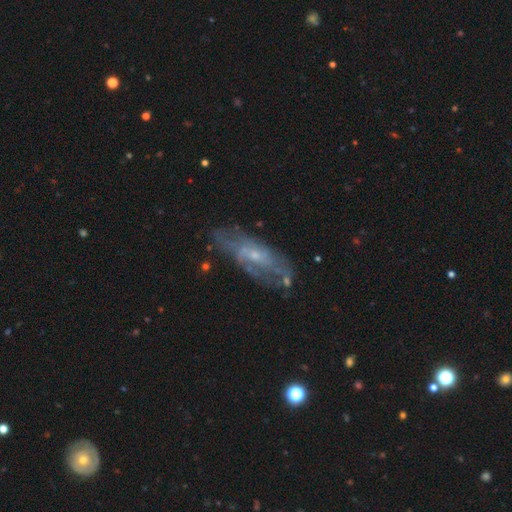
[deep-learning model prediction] Q: Smooth or featured?
A: featured or disk (68%); runner-up: smooth (24%)
Q: Edge-on disk?
A: no (84%); runner-up: yes (16%)
Q: Bar?
A: no (66%); runner-up: weak (29%)
Q: Spiral arms?
A: yes (62%); runner-up: no (38%)
Q: Bulge size?
A: small (67%); runner-up: moderate (25%)
Q: Merging?
A: none (60%); runner-up: minor disturbance (23%)